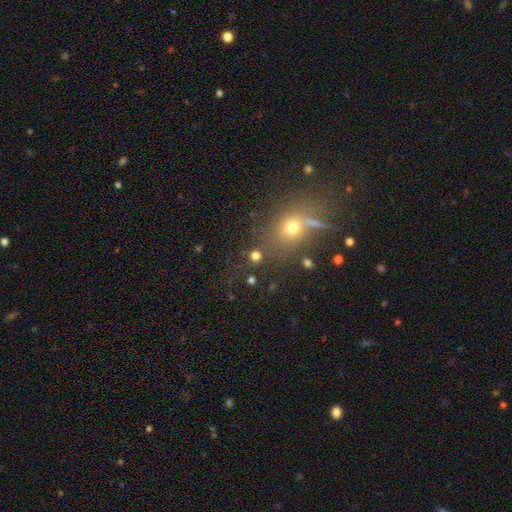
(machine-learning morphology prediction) Smooth or featured? smooth (73%)
How rounded? round (85%)
Merging? none (74%)